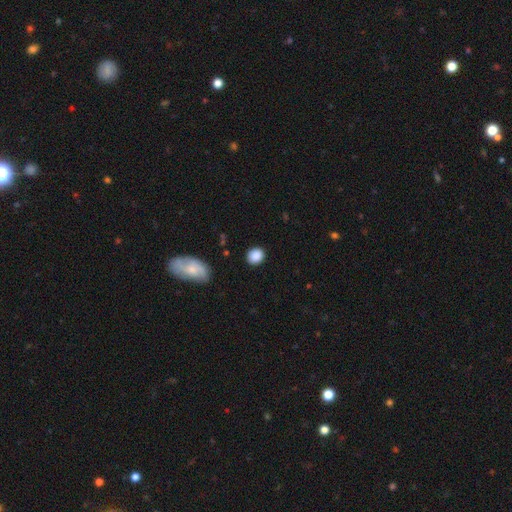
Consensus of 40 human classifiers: Smooth or featured: smooth — 90% (star or artifact — 8%)
How rounded: round — 86% (in between — 11%)
Merging: none — 89% (minor disturbance — 8%)